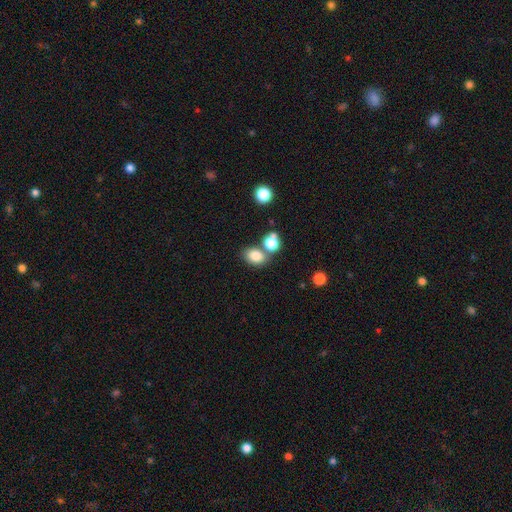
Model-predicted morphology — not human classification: Q: Smooth or featured?
A: smooth (81%); runner-up: star or artifact (11%)
Q: How rounded?
A: in between (63%); runner-up: round (36%)
Q: Merging?
A: none (60%); runner-up: merger (26%)